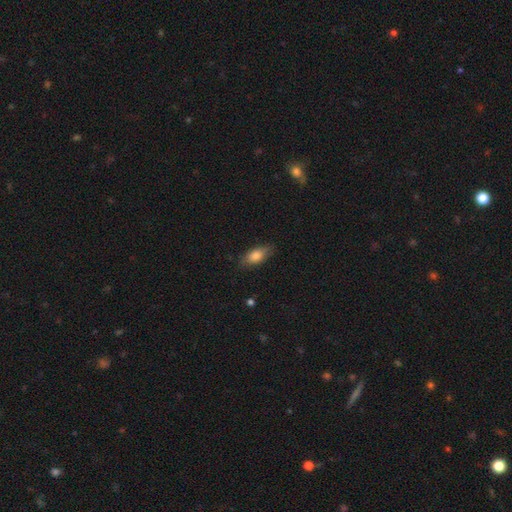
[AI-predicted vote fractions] Morphology: type=smooth (79%); roundness=in between (83%); merging=none (81%).